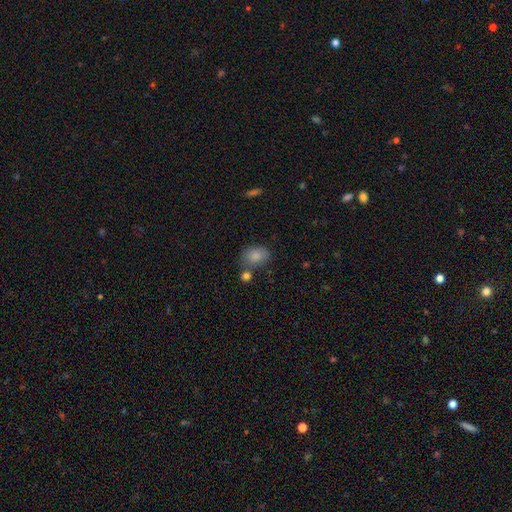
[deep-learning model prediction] smooth_or_featured: smooth (p=0.84) [alt: star or artifact p=0.08]
how_rounded: in between (p=0.75) [alt: round p=0.24]
merging: none (p=0.63) [alt: minor disturbance p=0.17]